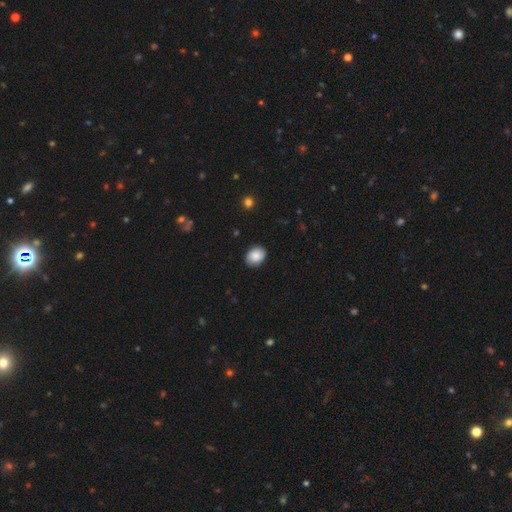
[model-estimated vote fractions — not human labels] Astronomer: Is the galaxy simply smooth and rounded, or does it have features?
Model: smooth — 88%.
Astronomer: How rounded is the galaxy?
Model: in between — 63%.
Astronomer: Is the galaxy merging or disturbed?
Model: none — 88%.